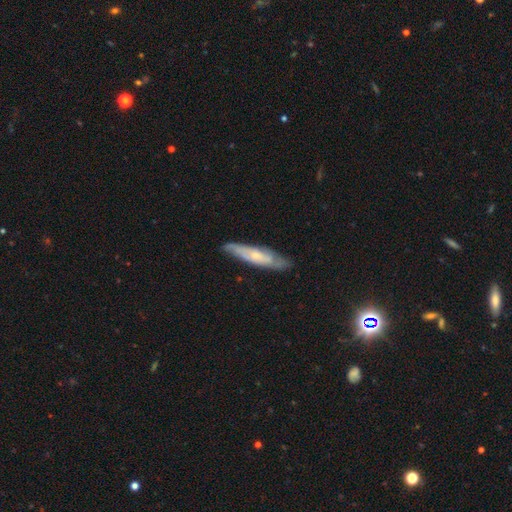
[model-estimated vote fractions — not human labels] The model was most divided on "edge-on disk": no: 51%, yes: 49%. More confident: merging — none (78%); smooth or featured — featured or disk (58%).